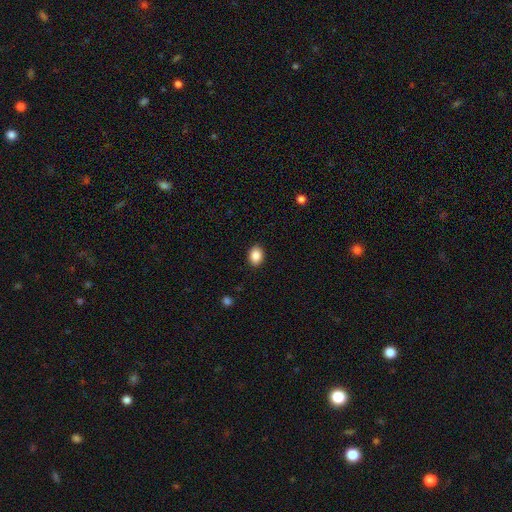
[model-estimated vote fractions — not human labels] Smooth or featured? Predicted: smooth (p=0.88). How rounded? Predicted: in between (p=0.68). Merging? Predicted: none (p=0.90).